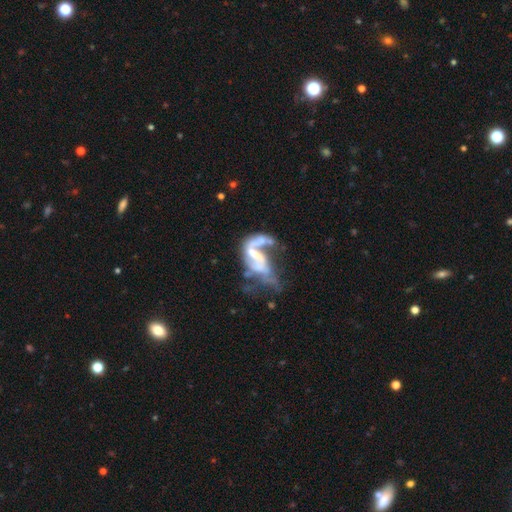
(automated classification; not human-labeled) smooth-or-featured: featured or disk: 68% | smooth: 20% | star or artifact: 11%
  disk-edge-on: no: 96% | yes: 4%
    bar: no: 53% | weak: 27% | strong: 20%
    has-spiral-arms: no: 51% | yes: 49%
    bulge-size: none: 43% | moderate: 23% | small: 21% | large: 10% | dominant: 3%
  merging: major disturbance: 41% | merger: 38% | none: 12% | minor disturbance: 9%